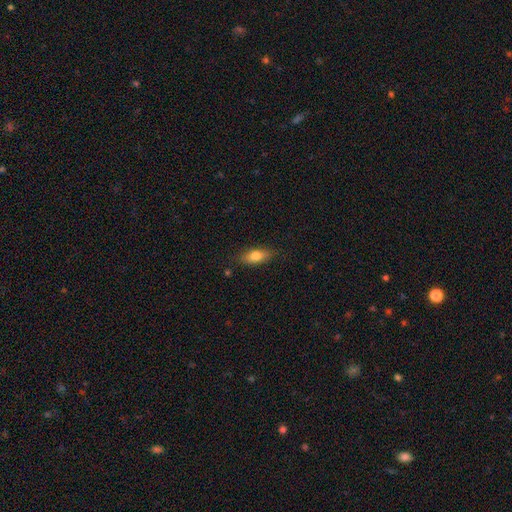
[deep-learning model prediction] The model was most divided on "smooth or featured": smooth: 70%, featured or disk: 23%, star or artifact: 7%. More confident: merging — none (83%); how rounded — in between (73%).